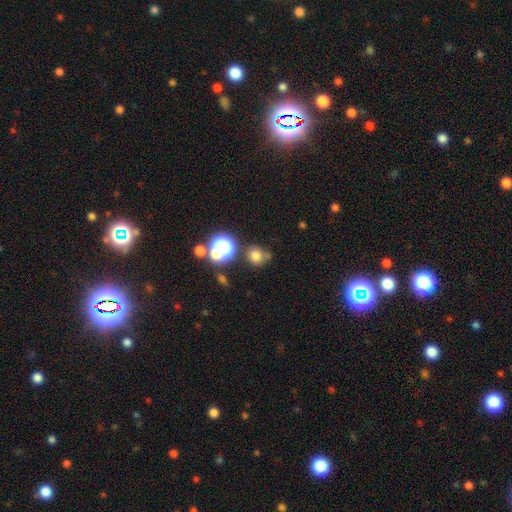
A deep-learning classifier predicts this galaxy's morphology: Overall: smooth (68%). How rounded: round (83%). Merging: none (62%).